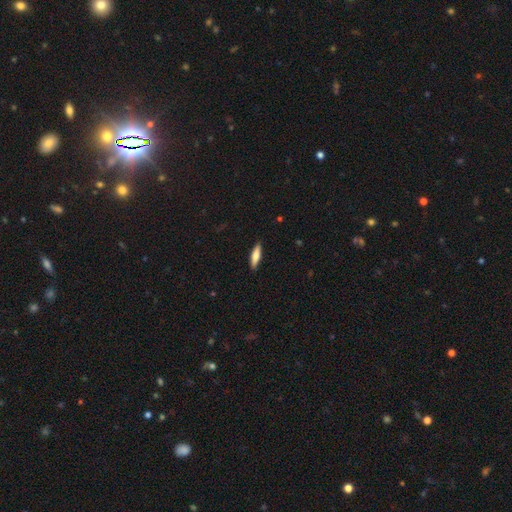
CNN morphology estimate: Smooth or featured? Predicted: smooth (p=0.73). How rounded? Predicted: cigar-shaped (p=0.67). Merging? Predicted: none (p=0.89).